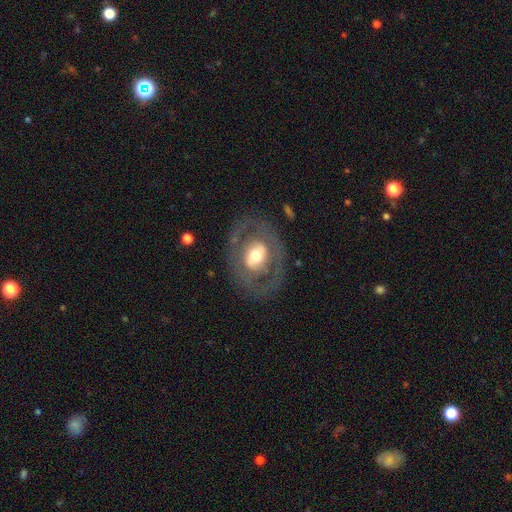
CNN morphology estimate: smooth-or-featured: featured or disk: 59% | smooth: 35% | star or artifact: 6%
  disk-edge-on: no: 93% | yes: 7%
    bar: no: 57% | weak: 26% | strong: 18%
    has-spiral-arms: no: 79% | yes: 21%
    bulge-size: moderate: 58% | large: 27% | small: 11% | dominant: 3% | none: 1%
  merging: none: 76% | minor disturbance: 12% | major disturbance: 10% | merger: 1%